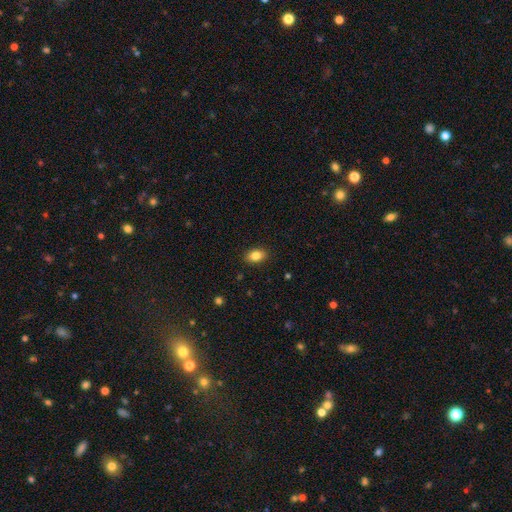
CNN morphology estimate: smooth 85%, star or artifact 8%, featured or disk 7%. Down the decision tree: how rounded — in between (85%); merging — none (89%).